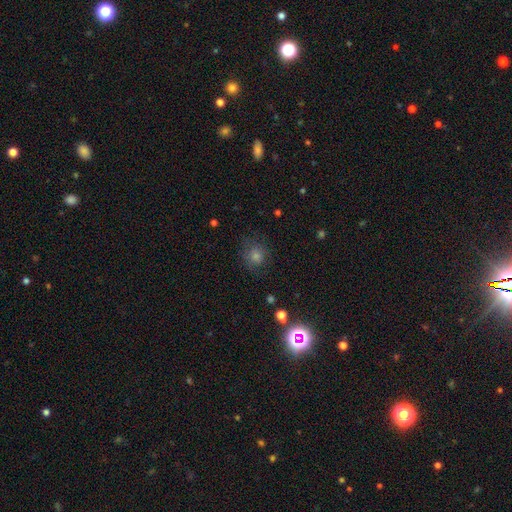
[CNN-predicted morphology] Overall: smooth (56%; star or artifact 33%). How rounded: round (89%). Merging: none (81%).